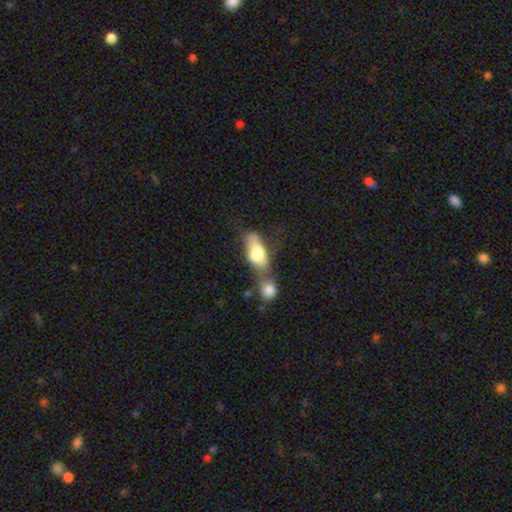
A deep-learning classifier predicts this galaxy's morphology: smooth 70%, featured or disk 23%, star or artifact 7%. Down the decision tree: how rounded — in between (81%); merging — merger (59%).